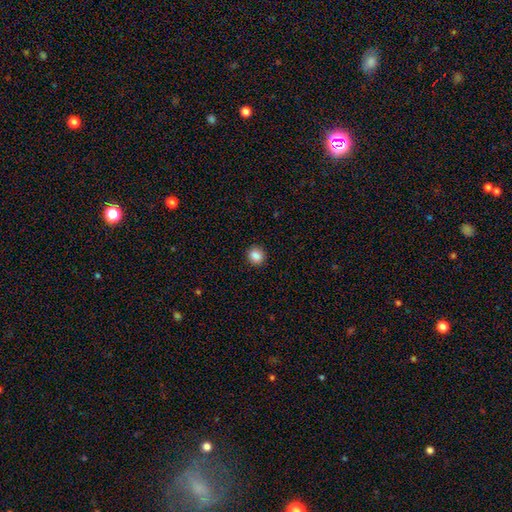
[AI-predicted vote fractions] This appears to be a smooth galaxy with no disk features (87%) that is round (79%). Merging: none (91%).